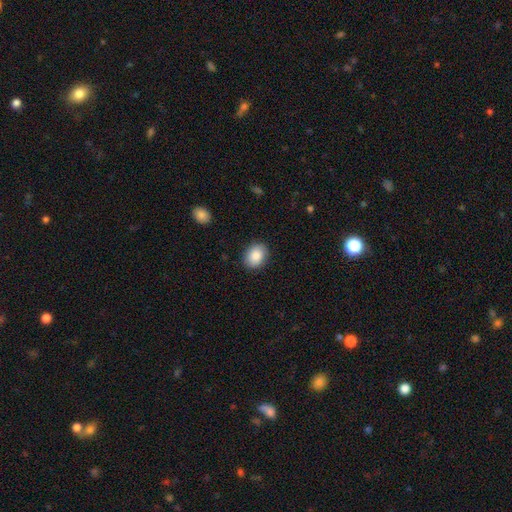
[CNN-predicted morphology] Q: Smooth or featured?
A: smooth (87%); runner-up: star or artifact (7%)
Q: How rounded?
A: in between (61%); runner-up: round (38%)
Q: Merging?
A: none (87%); runner-up: minor disturbance (10%)